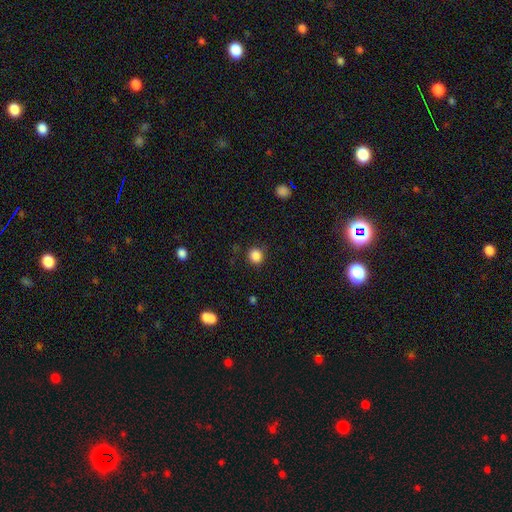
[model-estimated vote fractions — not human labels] Morphology: type=smooth (86%); roundness=round (86%); merging=none (87%).